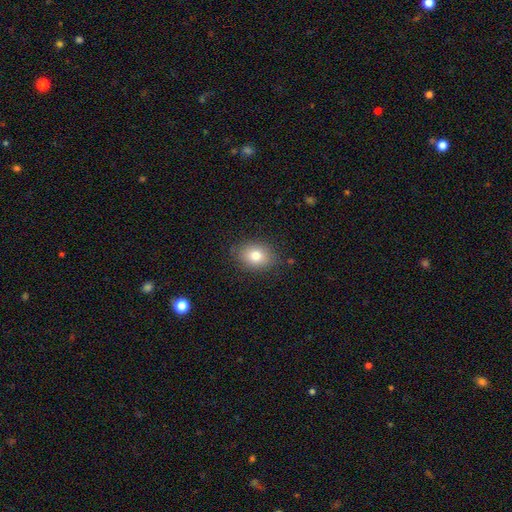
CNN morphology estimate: smooth-or-featured: smooth: 79% | featured or disk: 11% | star or artifact: 10%
  how-rounded: in between: 61% | round: 38% | cigar-shaped: 1%
  merging: none: 85% | minor disturbance: 11% | major disturbance: 3% | merger: 1%